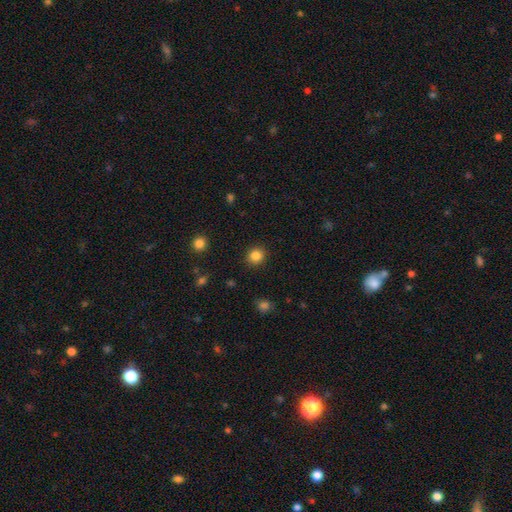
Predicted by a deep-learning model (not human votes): Morphology: type=smooth (84%); roundness=round (84%); merging=none (90%).